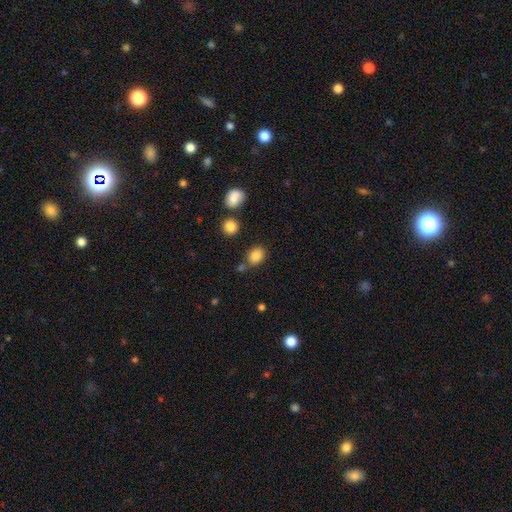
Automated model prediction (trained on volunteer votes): A smooth galaxy with no disk features (85%) that is in between round and cigar-shaped (57%).

Vote fractions:
- Smooth or featured? smooth: 85% / star or artifact: 11% / featured or disk: 4%
- How rounded? in between: 57% / round: 42% / cigar-shaped: 1%
- Merging? none: 72% / minor disturbance: 14% / merger: 10% / major disturbance: 4%